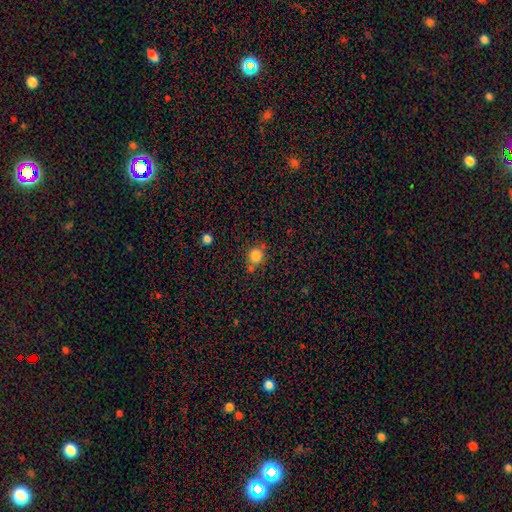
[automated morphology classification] Smooth or featured? Predicted: smooth (p=0.83). How rounded? Predicted: round (p=0.81). Merging? Predicted: none (p=0.67).